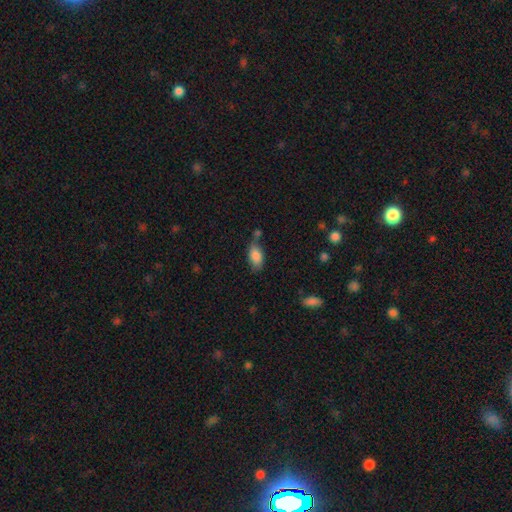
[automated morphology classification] smooth 85%, featured or disk 8%, star or artifact 7%. Down the decision tree: how rounded — in between (91%); merging — none (58%).